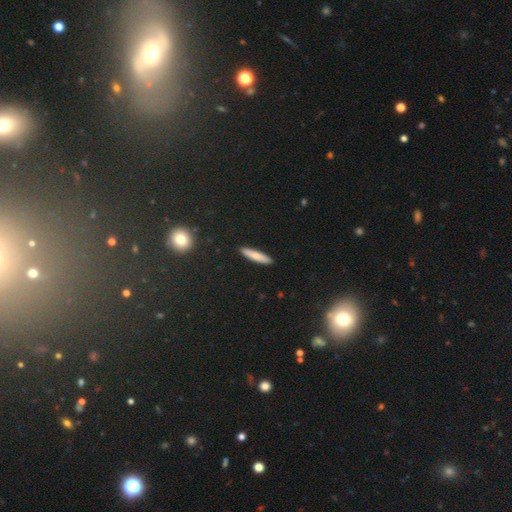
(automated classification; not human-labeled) A smooth galaxy with no disk features (75%) that is cigar-shaped (86%). Merging: none (91%).